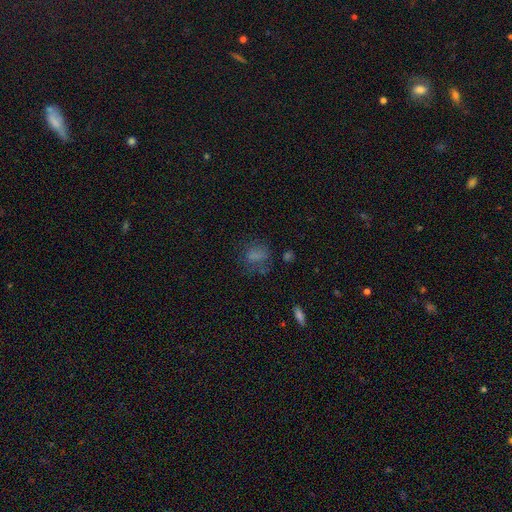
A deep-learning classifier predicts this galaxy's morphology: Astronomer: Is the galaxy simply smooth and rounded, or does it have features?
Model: smooth — 69%.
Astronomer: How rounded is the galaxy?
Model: round — 50% (runner-up: in between, 48%).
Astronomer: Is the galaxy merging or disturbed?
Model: none — 57%.